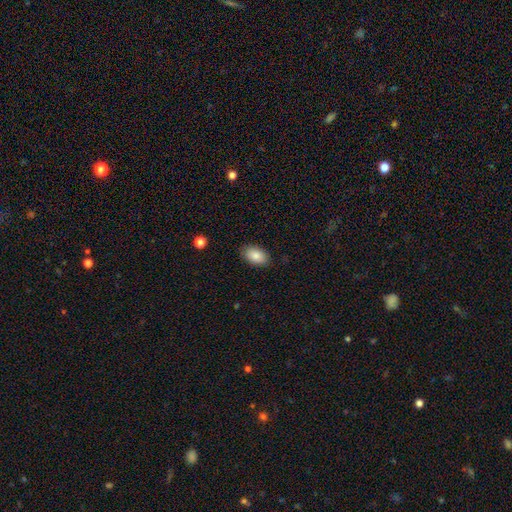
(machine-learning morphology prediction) A smooth galaxy with no disk features (86%) that is in between round and cigar-shaped (92%).

Vote fractions:
- Smooth or featured? smooth: 86% / star or artifact: 7% / featured or disk: 7%
- How rounded? in between: 92% / round: 7% / cigar-shaped: 1%
- Merging? none: 87% / minor disturbance: 10% / major disturbance: 2% / merger: 1%